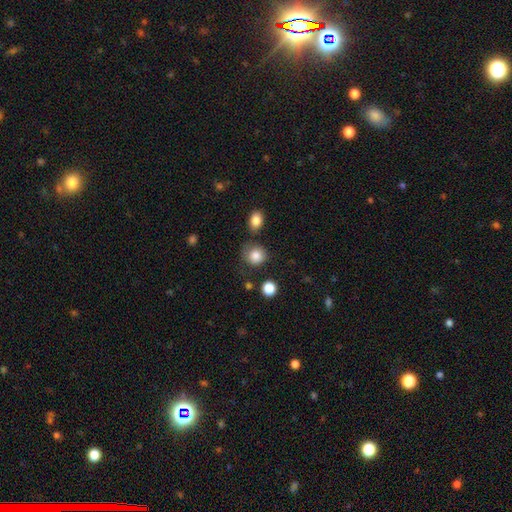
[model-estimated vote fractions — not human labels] Smooth or featured? smooth (84%)
How rounded? round (83%)
Merging? none (66%)